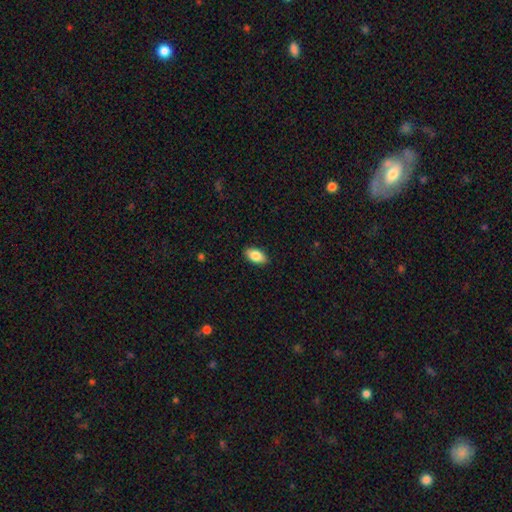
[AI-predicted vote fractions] smooth-or-featured: smooth: 84% | featured or disk: 10% | star or artifact: 7%
  how-rounded: in between: 92% | cigar-shaped: 4% | round: 4%
  merging: none: 89% | minor disturbance: 8% | major disturbance: 2% | merger: 1%